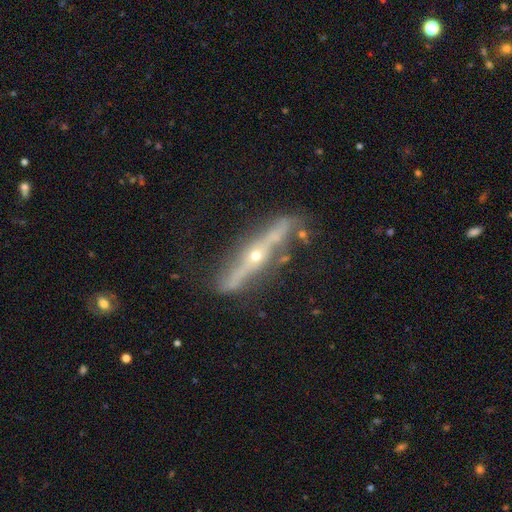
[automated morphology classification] Smooth or featured? Predicted: featured or disk (p=0.83). Edge-on disk? Predicted: yes (p=0.88). Edge-on bulge? Predicted: rounded (p=0.89). Merging? Predicted: none (p=0.73).